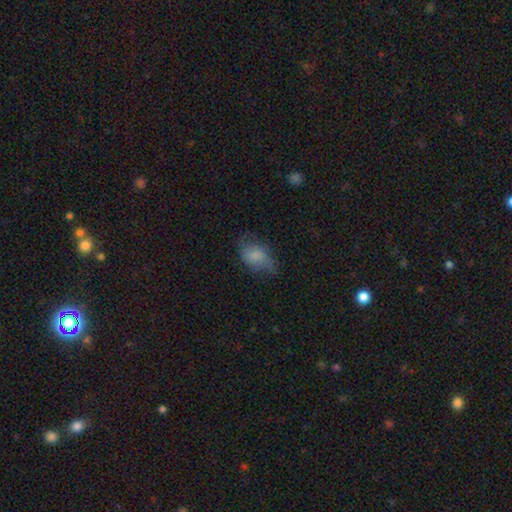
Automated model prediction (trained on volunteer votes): Smooth or featured? Predicted: smooth (p=0.69). How rounded? Predicted: in between (p=0.85). Merging? Predicted: none (p=0.50).